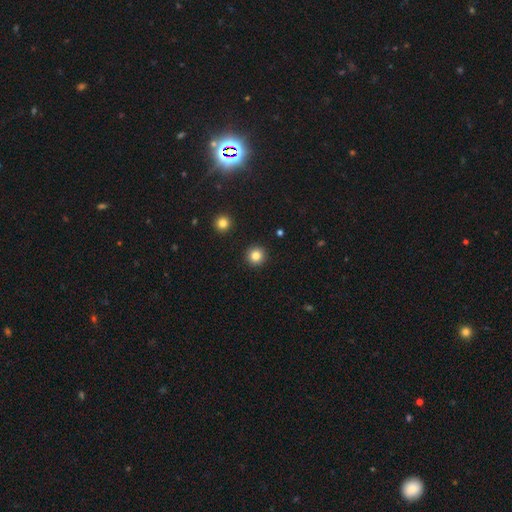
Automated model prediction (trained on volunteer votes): A smooth galaxy with no disk features (82%) that is round (95%). Merging: none (92%).